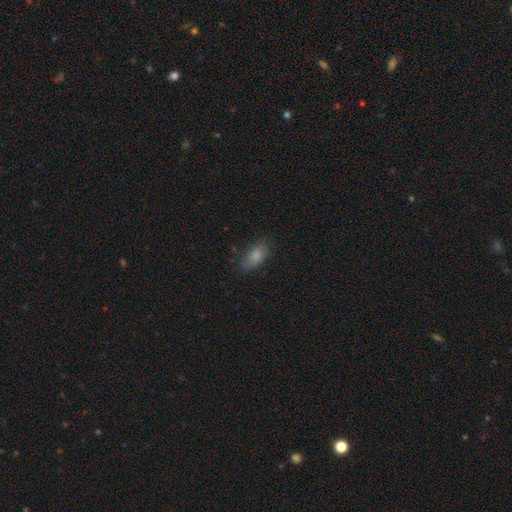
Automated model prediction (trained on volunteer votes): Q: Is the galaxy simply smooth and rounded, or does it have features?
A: smooth — 83%.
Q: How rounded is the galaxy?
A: in between — 90%.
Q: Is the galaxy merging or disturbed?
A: none — 76%.